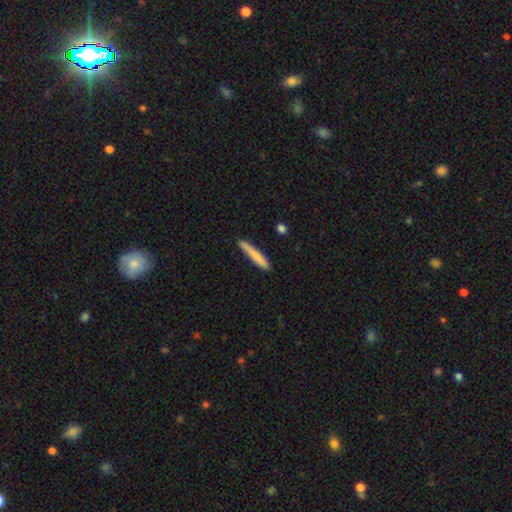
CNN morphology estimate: This is likely a smooth galaxy (78%). How rounded: clearly cigar-shaped (95%). Merging: clearly none (83%).